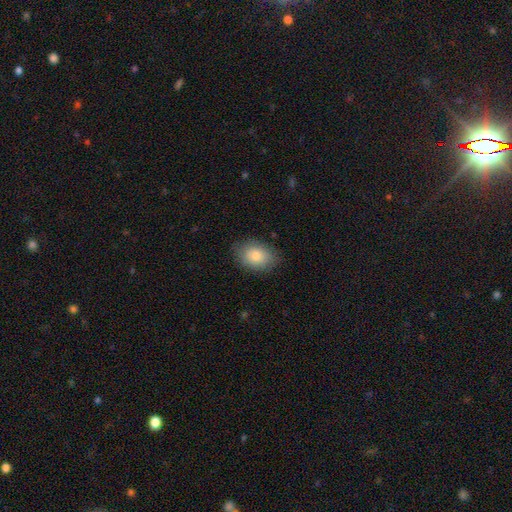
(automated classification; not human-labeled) smooth-or-featured: smooth: 82% | featured or disk: 10% | star or artifact: 8%
  how-rounded: in between: 82% | round: 17% | cigar-shaped: 1%
  merging: none: 84% | minor disturbance: 12% | major disturbance: 3% | merger: 1%